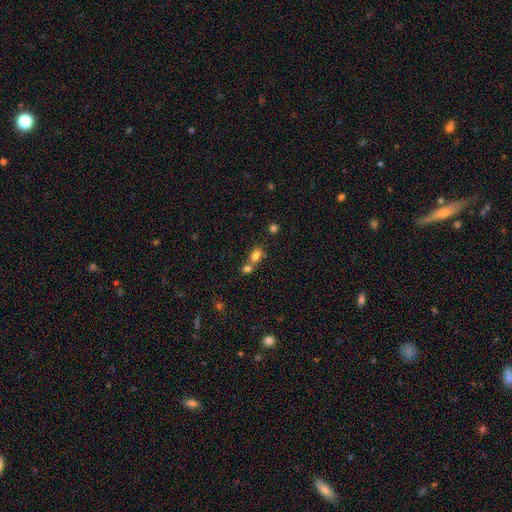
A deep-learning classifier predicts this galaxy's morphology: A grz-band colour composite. It shows a smooth galaxy with no disk features (80%) that is in between round and cigar-shaped (68%). Merging: merger (50%).